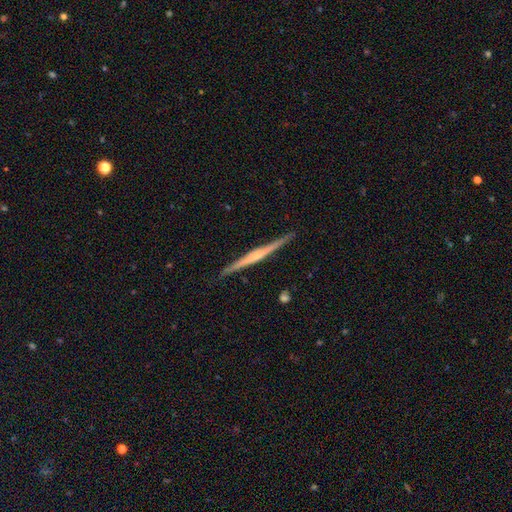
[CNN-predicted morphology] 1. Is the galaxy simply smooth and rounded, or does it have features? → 76% featured or disk, 19% smooth, 5% star or artifact.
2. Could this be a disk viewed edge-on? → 98% yes, 2% no.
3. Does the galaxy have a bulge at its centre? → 51% rounded, 33% none, 16% boxy.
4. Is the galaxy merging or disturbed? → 91% none, 6% minor disturbance, 1% major disturbance, 1% merger.